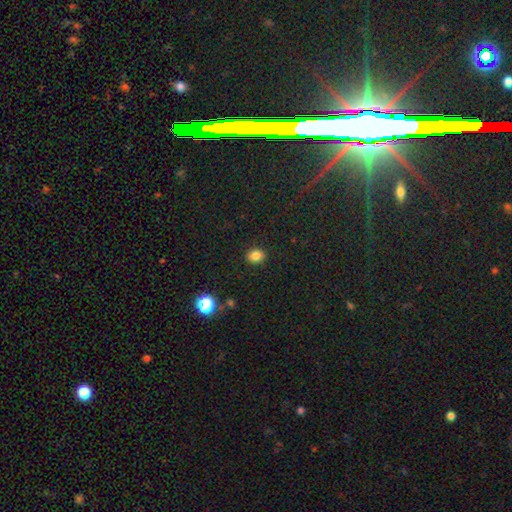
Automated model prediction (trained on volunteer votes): Q: Smooth or featured?
A: smooth (83%); runner-up: star or artifact (12%)
Q: How rounded?
A: round (52%); runner-up: in between (47%)
Q: Merging?
A: none (90%); runner-up: minor disturbance (7%)